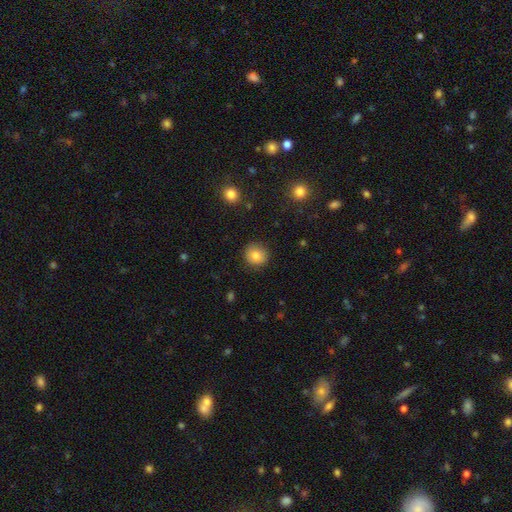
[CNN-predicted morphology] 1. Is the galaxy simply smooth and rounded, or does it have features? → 83% smooth, 10% star or artifact, 8% featured or disk.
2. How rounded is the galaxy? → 89% round, 10% in between, 1% cigar-shaped.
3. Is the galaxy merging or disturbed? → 87% none, 9% minor disturbance, 3% major disturbance, 1% merger.